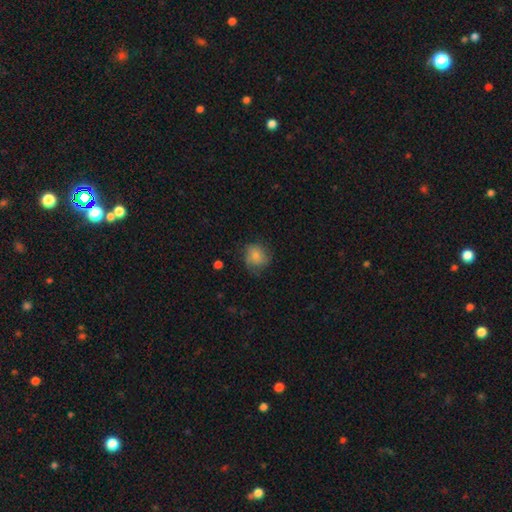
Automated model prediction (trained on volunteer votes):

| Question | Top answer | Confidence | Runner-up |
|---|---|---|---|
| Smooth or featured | smooth | 75% | featured or disk (17%) |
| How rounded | round | 76% | in between (23%) |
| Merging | none | 63% | minor disturbance (26%) |